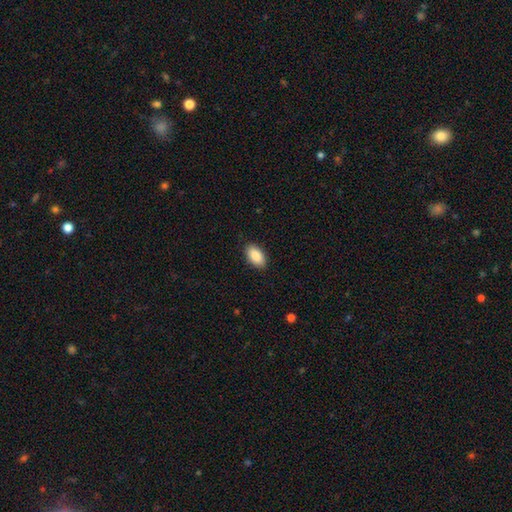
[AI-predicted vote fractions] smooth-or-featured: smooth: 89% | star or artifact: 6% | featured or disk: 5%
  how-rounded: in between: 95% | round: 3% | cigar-shaped: 2%
  merging: none: 89% | minor disturbance: 8% | major disturbance: 2% | merger: 1%